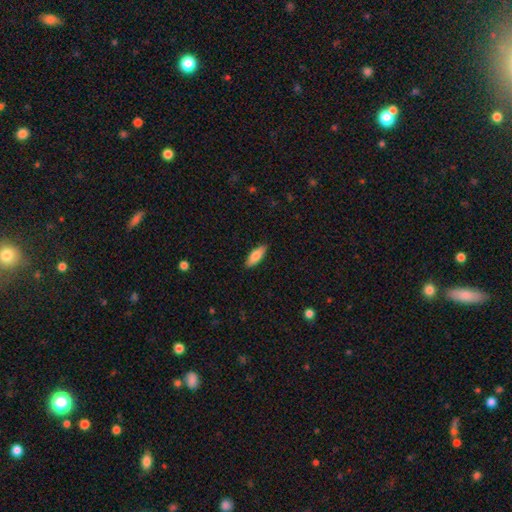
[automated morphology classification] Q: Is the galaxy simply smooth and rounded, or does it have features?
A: smooth — 81%.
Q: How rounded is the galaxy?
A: in between — 66%.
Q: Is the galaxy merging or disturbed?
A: none — 88%.